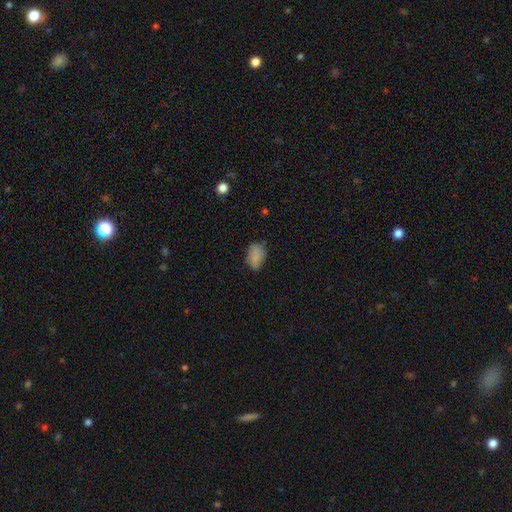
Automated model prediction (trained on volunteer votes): Smooth or featured: smooth — 84% (star or artifact — 9%)
How rounded: in between — 85% (round — 14%)
Merging: none — 70% (minor disturbance — 24%)